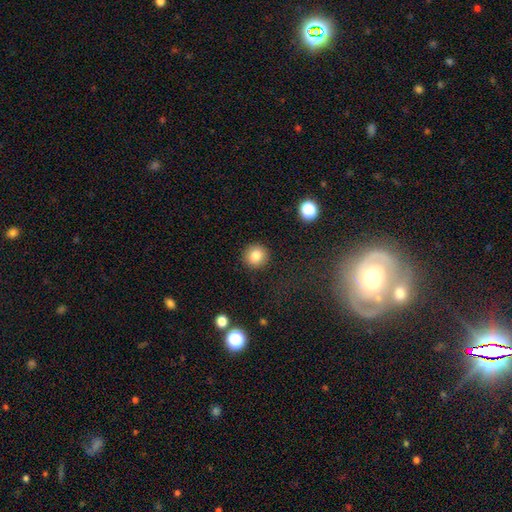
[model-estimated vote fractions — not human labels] A smooth galaxy with no disk features (84%) that is round (90%). Merging: none (90%).